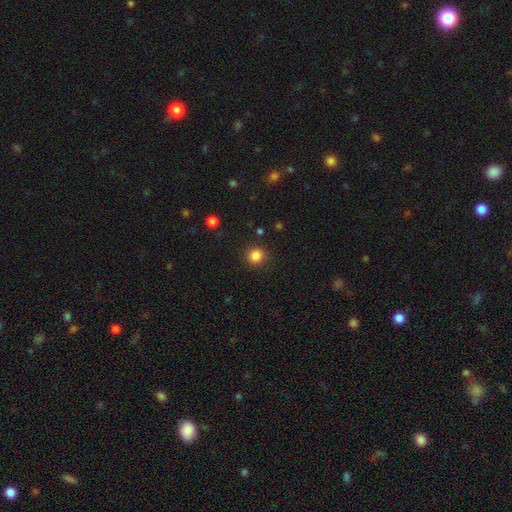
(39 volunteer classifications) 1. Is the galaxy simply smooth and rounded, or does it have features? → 92% smooth, 8% star or artifact, 0% featured or disk.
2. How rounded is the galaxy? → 89% round, 11% in between, 0% cigar-shaped.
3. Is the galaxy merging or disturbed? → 94% none, 6% minor disturbance, 0% major disturbance, 0% merger.